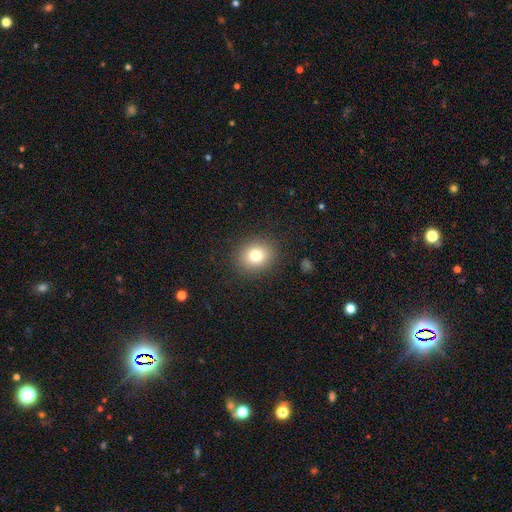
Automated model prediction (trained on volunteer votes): smooth 78%, star or artifact 12%, featured or disk 10%. Down the decision tree: how rounded — round (74%); merging — none (89%).